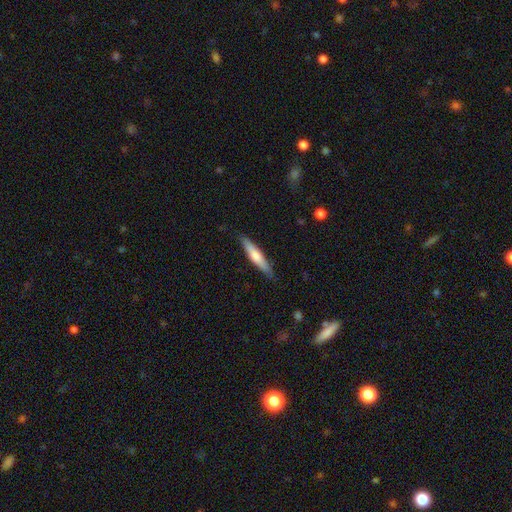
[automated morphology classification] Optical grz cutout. It shows a smooth galaxy with no disk features (62%) that is cigar-shaped (87%). Merging: none (86%).